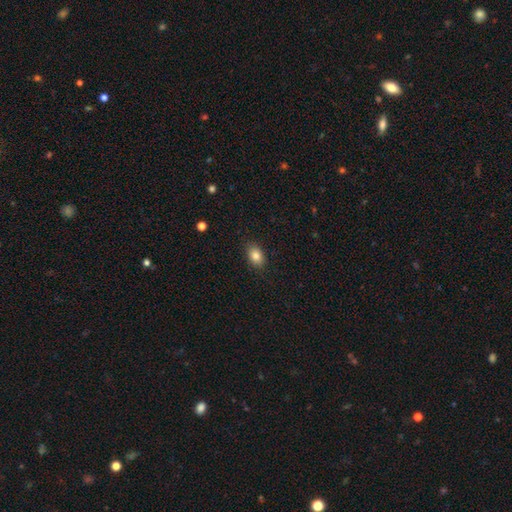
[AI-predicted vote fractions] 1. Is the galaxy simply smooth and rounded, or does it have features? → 84% smooth, 9% star or artifact, 7% featured or disk.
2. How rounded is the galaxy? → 81% in between, 18% round, 1% cigar-shaped.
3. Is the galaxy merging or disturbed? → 87% none, 10% minor disturbance, 2% major disturbance, 1% merger.